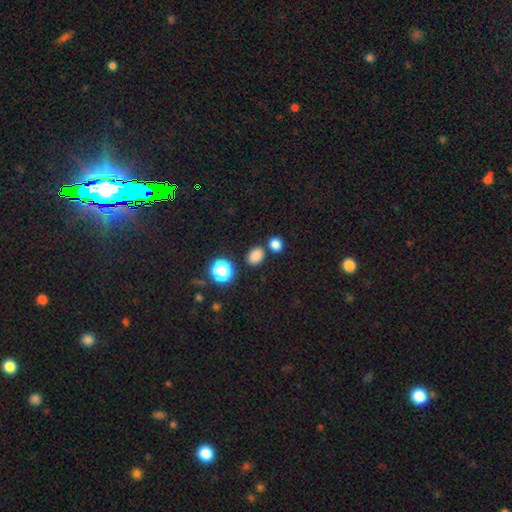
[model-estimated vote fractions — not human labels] Smooth or featured: smooth — 81% (star or artifact — 15%)
How rounded: in between — 62% (round — 37%)
Merging: none — 78% (merger — 10%)